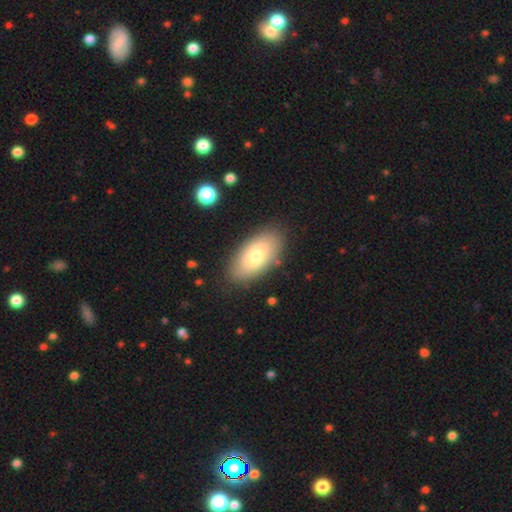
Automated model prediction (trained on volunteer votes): smooth_or_featured: smooth (p=0.64) [alt: featured or disk p=0.30]
how_rounded: in between (p=0.93) [alt: round p=0.03]
merging: none (p=0.83) [alt: minor disturbance p=0.12]